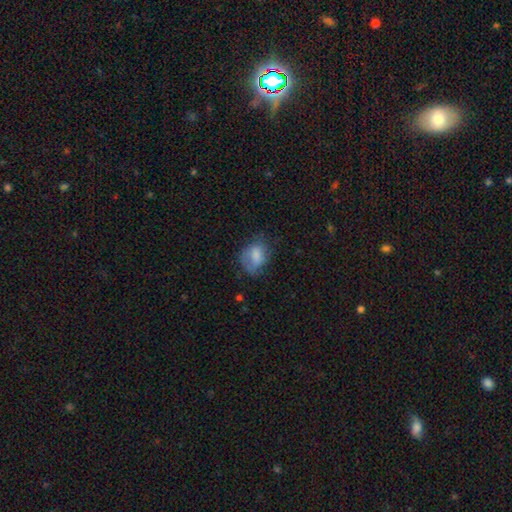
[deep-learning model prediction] A smooth galaxy with no disk features (71%) that is in between round and cigar-shaped (71%). Merging: none (45%).